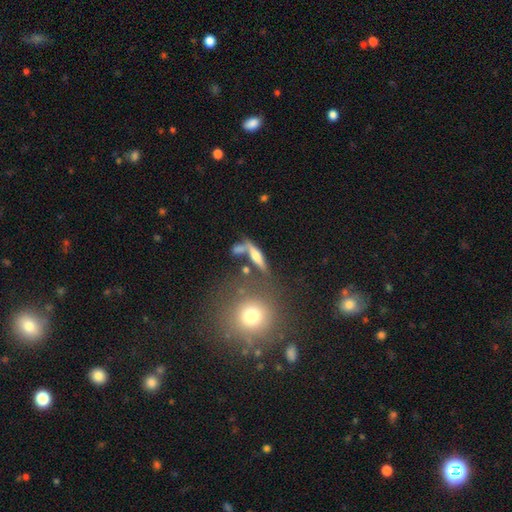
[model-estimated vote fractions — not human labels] smooth-or-featured: featured or disk: 45% | smooth: 43% | star or artifact: 11%
  merging: none: 52% | merger: 24% | minor disturbance: 14% | major disturbance: 9%